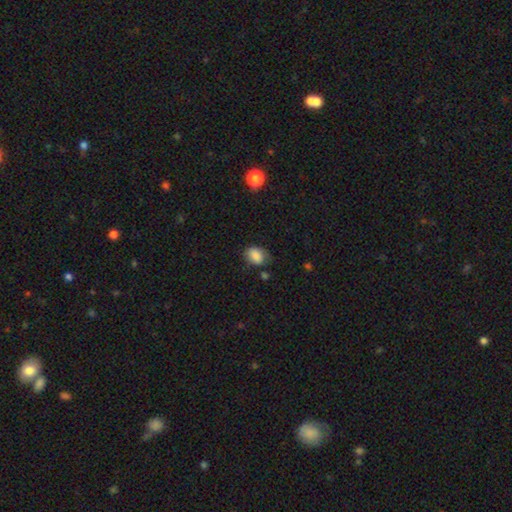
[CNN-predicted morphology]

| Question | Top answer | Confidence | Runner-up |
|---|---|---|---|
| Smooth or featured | smooth | 84% | star or artifact (9%) |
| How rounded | in between | 72% | round (26%) |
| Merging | none | 65% | minor disturbance (26%) |